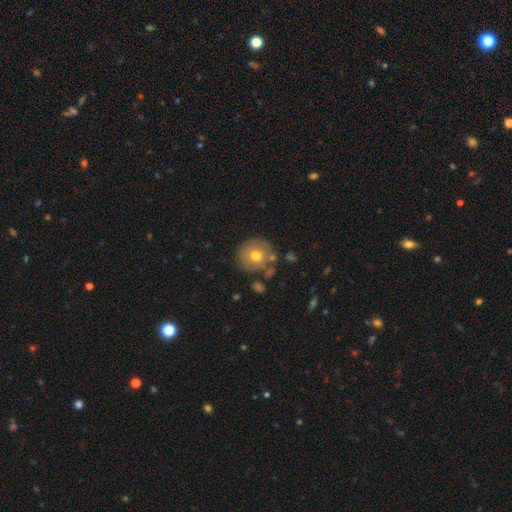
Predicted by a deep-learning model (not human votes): A smooth galaxy with no disk features (64%) that is round (89%). Merging: none (68%).